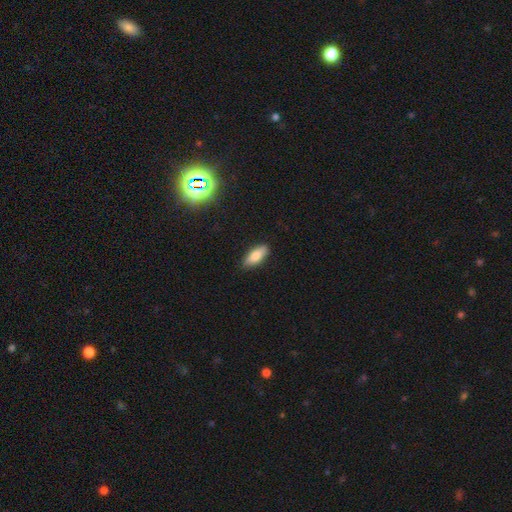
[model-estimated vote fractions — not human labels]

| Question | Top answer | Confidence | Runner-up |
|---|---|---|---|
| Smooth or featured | smooth | 79% | featured or disk (14%) |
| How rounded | in between | 75% | cigar-shaped (22%) |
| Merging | none | 86% | minor disturbance (11%) |